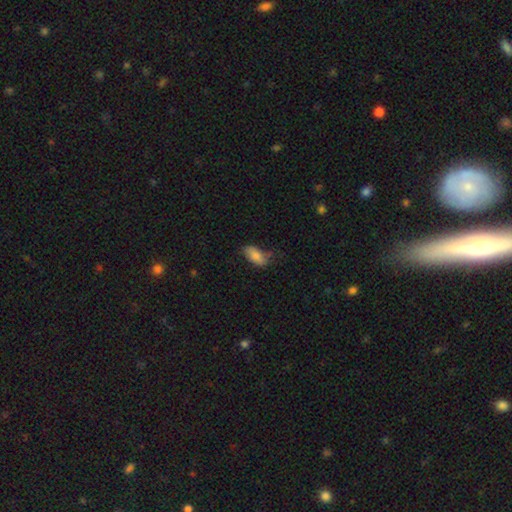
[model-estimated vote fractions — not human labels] This is likely a smooth galaxy (77%). How rounded: clearly in between (91%). Merging: possibly none (53%).